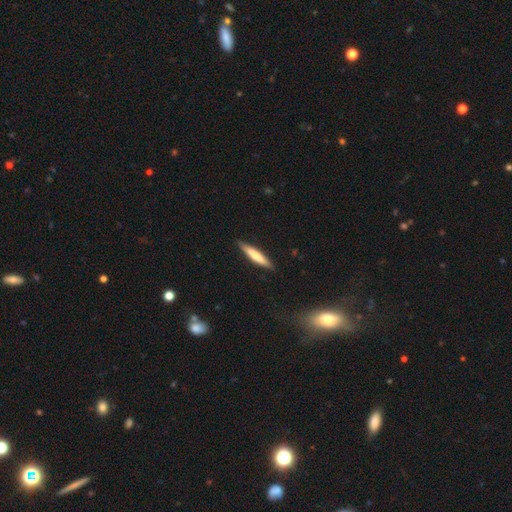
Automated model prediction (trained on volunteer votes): Overall: smooth (67%; featured or disk 28%). How rounded: cigar-shaped (89%). Merging: none (86%).